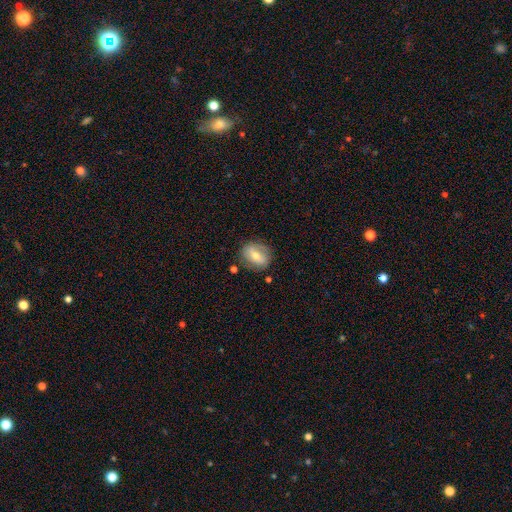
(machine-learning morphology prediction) Overall: smooth (50%; featured or disk 41%). How rounded: in between (52%; round 46%). Merging: none (75%).